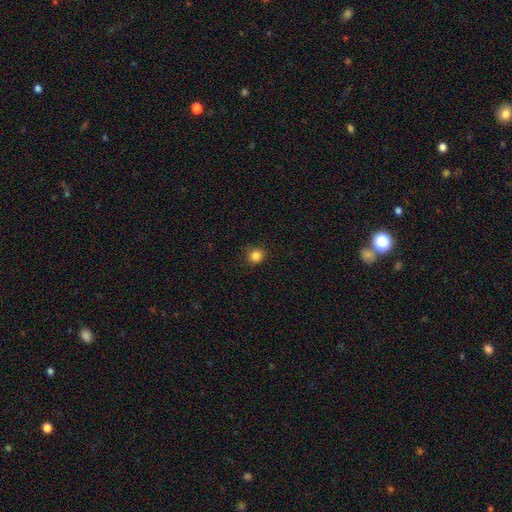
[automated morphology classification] smooth-or-featured: smooth: 85% | star or artifact: 12% | featured or disk: 3%
  how-rounded: round: 88% | in between: 11% | cigar-shaped: 1%
  merging: none: 87% | minor disturbance: 10% | major disturbance: 2% | merger: 1%